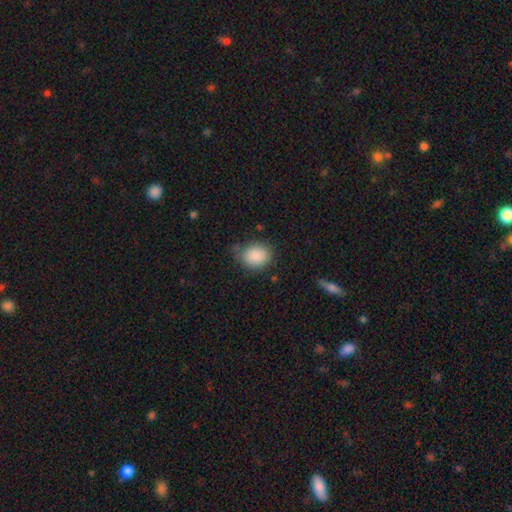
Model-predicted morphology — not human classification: Smooth or featured? Predicted: smooth (p=0.88). How rounded? Predicted: in between (p=0.54). Merging? Predicted: none (p=0.70).